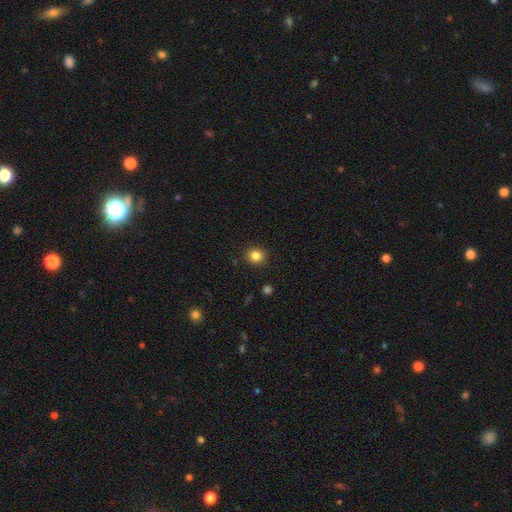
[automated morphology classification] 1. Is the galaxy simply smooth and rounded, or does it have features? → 83% smooth, 12% star or artifact, 5% featured or disk.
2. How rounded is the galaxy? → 85% round, 14% in between, 1% cigar-shaped.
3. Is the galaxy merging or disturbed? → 91% none, 6% minor disturbance, 2% major disturbance, 1% merger.